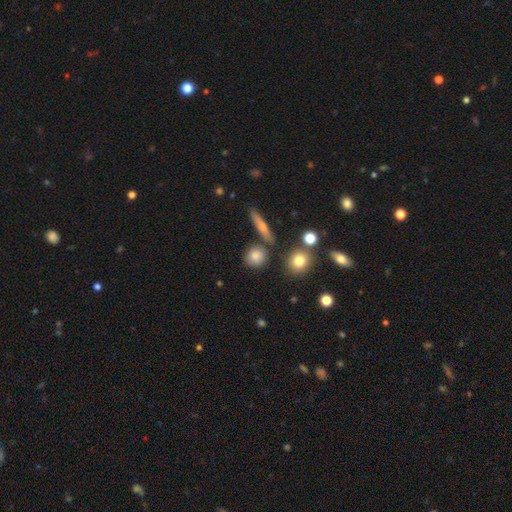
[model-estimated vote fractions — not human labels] The model was most divided on "how rounded": round: 78%, in between: 17%, cigar-shaped: 5%. More confident: smooth or featured — smooth (78%); merging — none (76%).